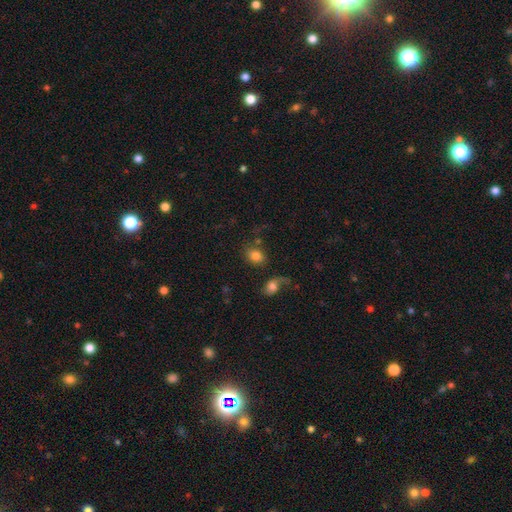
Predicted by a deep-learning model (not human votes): Smooth or featured?
  - smooth: 79% *
  - featured or disk: 11%
  - star or artifact: 10%
How rounded?
  - in between: 56% *
  - round: 43%
  - cigar-shaped: 1%
Merging?
  - none: 58% *
  - merger: 16%
  - minor disturbance: 14%
  - major disturbance: 12%